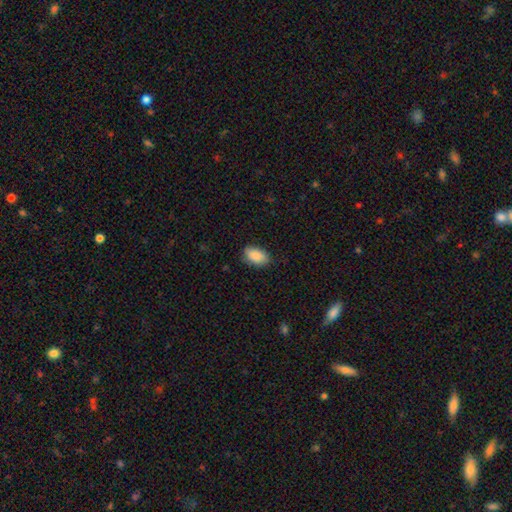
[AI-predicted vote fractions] smooth 89%, star or artifact 7%, featured or disk 5%. Down the decision tree: how rounded — in between (93%); merging — none (82%).